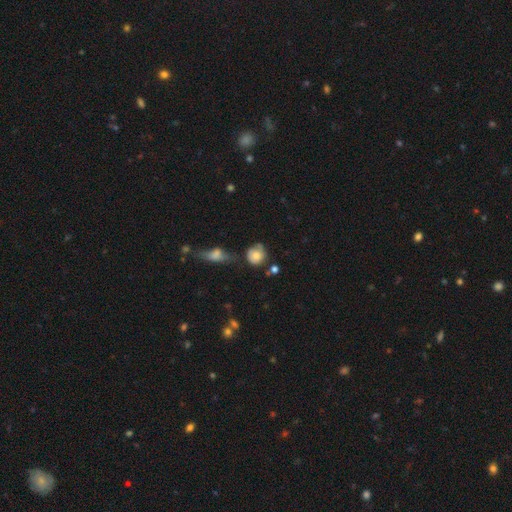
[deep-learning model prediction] Overall: smooth (75%). How rounded: round (79%). Merging: none (50%; minor disturbance 29%).